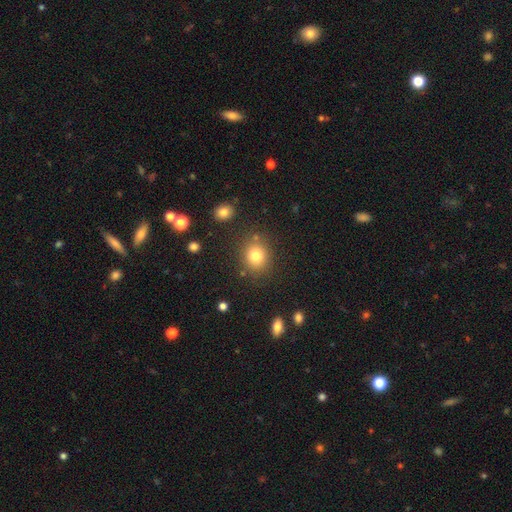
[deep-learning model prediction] This is likely a smooth galaxy (80%). How rounded: likely round (70%). Merging: clearly none (81%).